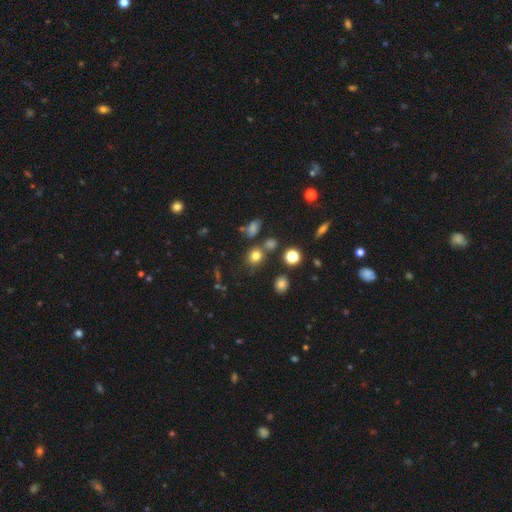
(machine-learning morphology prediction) Smooth or featured? Predicted: smooth (p=0.75). How rounded? Predicted: round (p=0.76). Merging? Predicted: none (p=0.71).